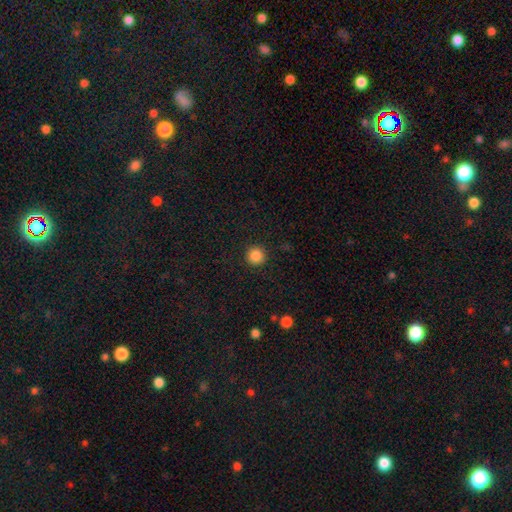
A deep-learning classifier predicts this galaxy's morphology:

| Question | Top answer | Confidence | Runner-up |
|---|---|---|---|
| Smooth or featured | smooth | 86% | star or artifact (11%) |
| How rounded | round | 95% | in between (4%) |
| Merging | none | 92% | minor disturbance (5%) |